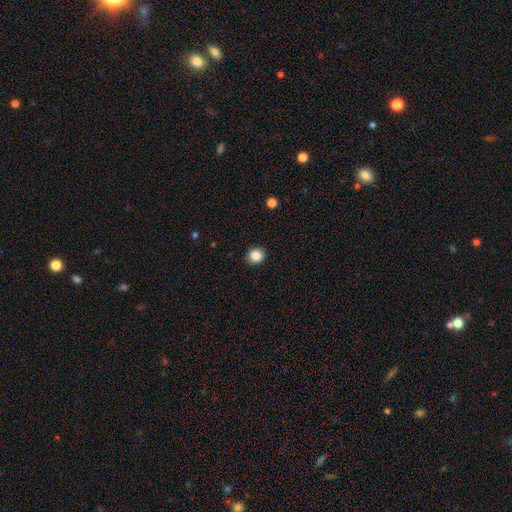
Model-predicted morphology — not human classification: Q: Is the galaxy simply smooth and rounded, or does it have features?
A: smooth — 86%.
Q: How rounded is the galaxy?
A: round — 83%.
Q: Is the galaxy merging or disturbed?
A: none — 91%.